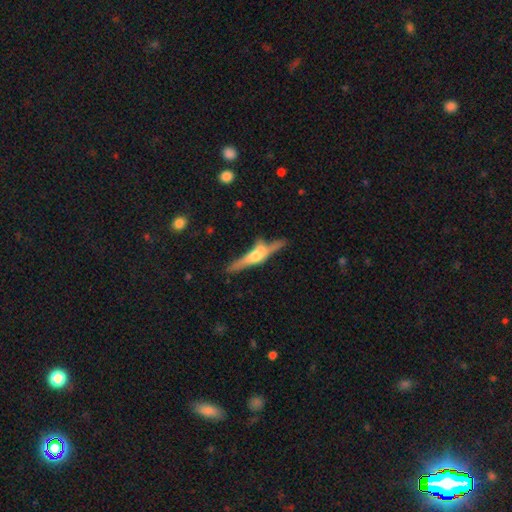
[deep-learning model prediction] smooth-or-featured: featured or disk: 67% | smooth: 27% | star or artifact: 7%
  disk-edge-on: yes: 94% | no: 6%
    edge-on-bulge: rounded: 84% | boxy: 11% | none: 5%
  merging: none: 59% | minor disturbance: 20% | merger: 13% | major disturbance: 8%